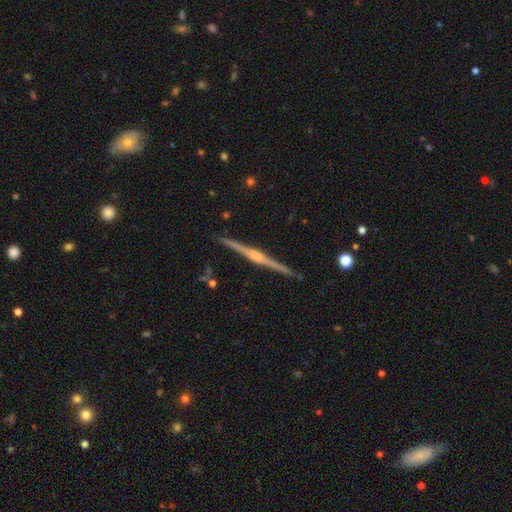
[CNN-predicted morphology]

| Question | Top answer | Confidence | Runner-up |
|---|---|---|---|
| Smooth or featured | featured or disk | 87% | smooth (8%) |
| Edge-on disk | yes | 99% | no (1%) |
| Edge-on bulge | rounded | 78% | boxy (13%) |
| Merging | none | 93% | minor disturbance (5%) |